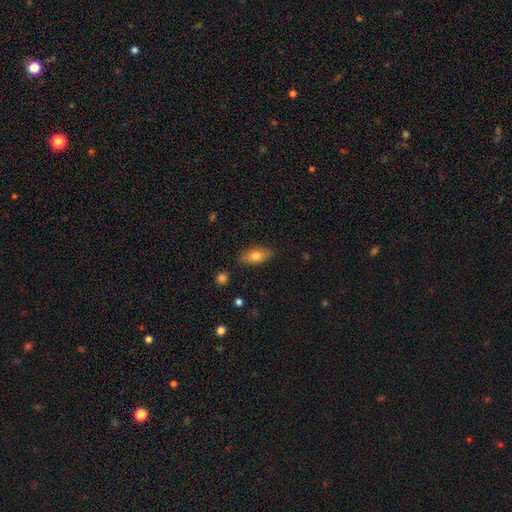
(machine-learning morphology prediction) This appears to be a smooth galaxy with no disk features (73%) that is in between round and cigar-shaped (81%). Merging: none (85%).